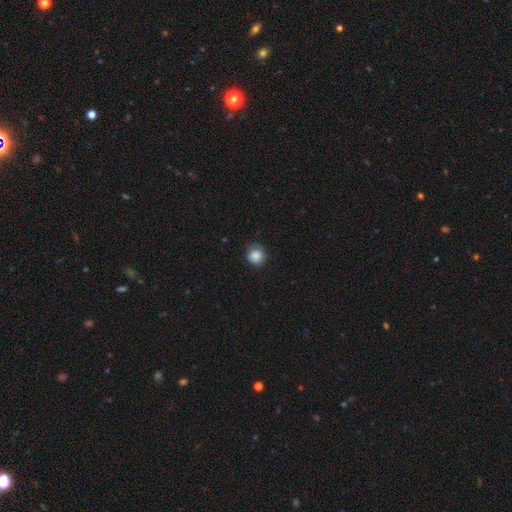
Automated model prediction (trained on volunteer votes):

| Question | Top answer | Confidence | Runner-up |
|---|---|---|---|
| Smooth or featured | smooth | 85% | star or artifact (9%) |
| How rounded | round | 88% | in between (11%) |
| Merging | none | 73% | minor disturbance (20%) |